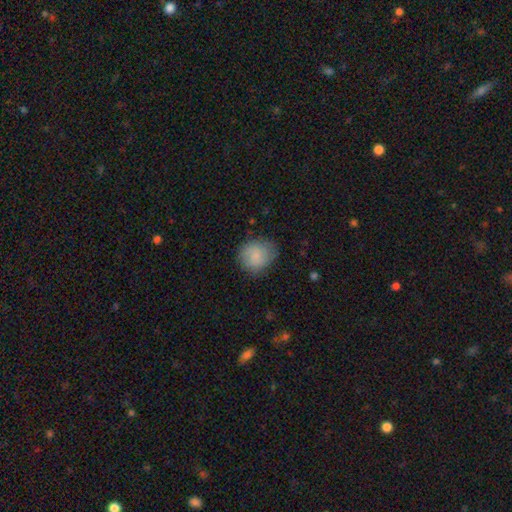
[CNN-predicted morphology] A smooth galaxy with no disk features (77%) that is round (78%).

Vote fractions:
- Smooth or featured? smooth: 77% / featured or disk: 16% / star or artifact: 7%
- How rounded? round: 78% / in between: 21% / cigar-shaped: 1%
- Merging? none: 72% / minor disturbance: 20% / major disturbance: 6% / merger: 1%